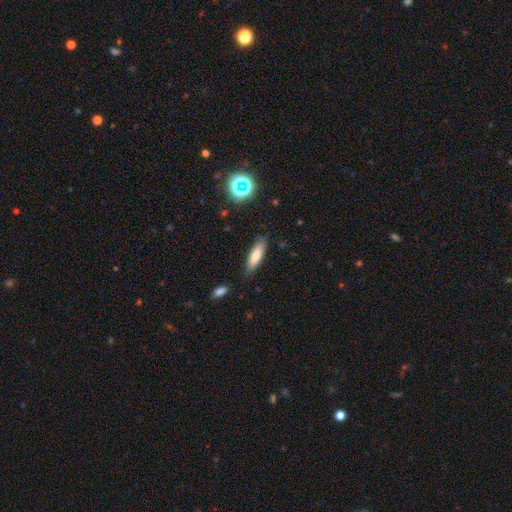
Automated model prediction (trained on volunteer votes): A smooth galaxy with no disk features (78%) that is cigar-shaped (50%).

Vote fractions:
- Smooth or featured? smooth: 78% / featured or disk: 14% / star or artifact: 8%
- How rounded? cigar-shaped: 50% / in between: 48% / round: 2%
- Merging? none: 83% / minor disturbance: 12% / major disturbance: 3% / merger: 2%